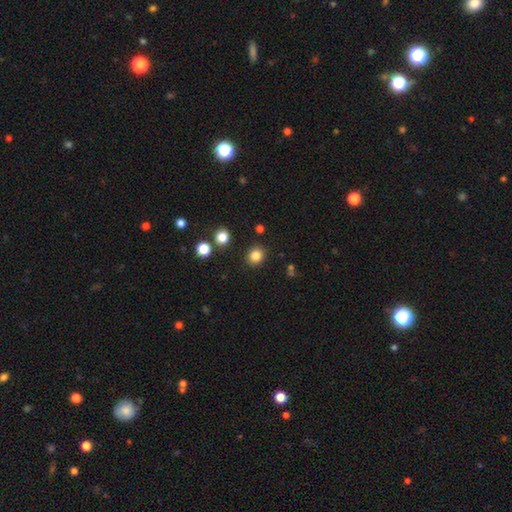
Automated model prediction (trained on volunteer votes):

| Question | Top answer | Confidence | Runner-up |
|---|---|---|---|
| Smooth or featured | smooth | 83% | star or artifact (12%) |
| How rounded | round | 80% | in between (19%) |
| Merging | none | 89% | minor disturbance (7%) |